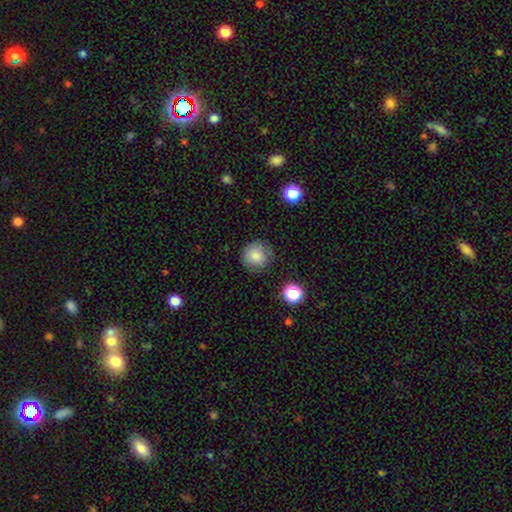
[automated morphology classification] Q: Smooth or featured?
A: smooth (82%); runner-up: star or artifact (10%)
Q: How rounded?
A: round (93%); runner-up: in between (6%)
Q: Merging?
A: none (79%); runner-up: minor disturbance (15%)